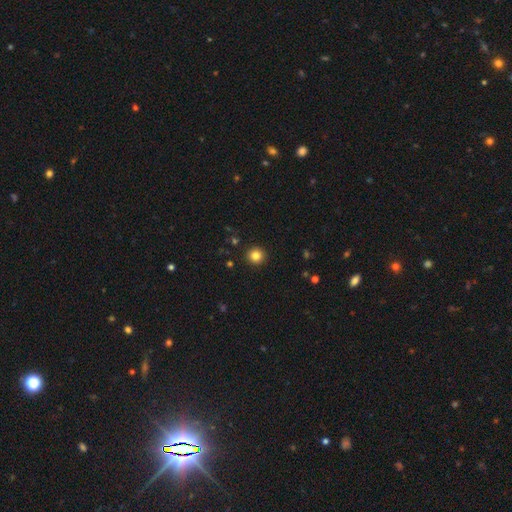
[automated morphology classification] The model was most divided on "smooth or featured": smooth: 83%, star or artifact: 11%, featured or disk: 5%. More confident: how rounded — round (95%); merging — none (93%).